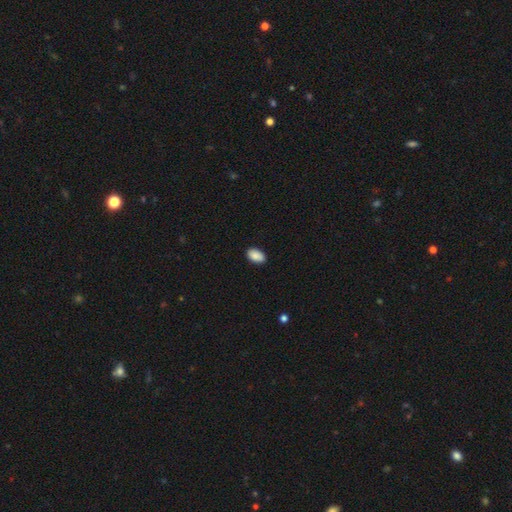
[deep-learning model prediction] This appears to be a smooth galaxy with no disk features (88%) that is in between round and cigar-shaped (93%). Merging: none (88%).